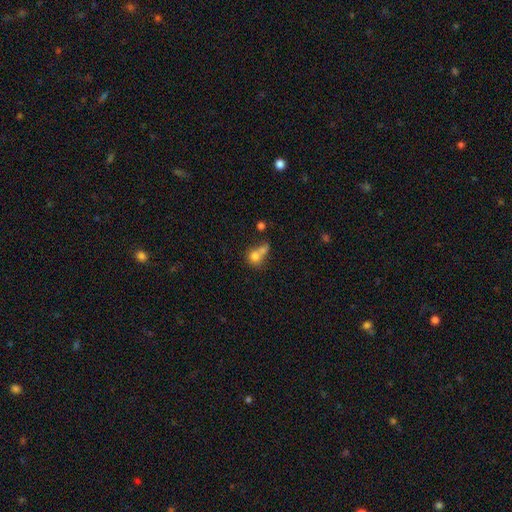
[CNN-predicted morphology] A smooth galaxy with no disk features (74%) that is round (70%). Merging: merger (58%).